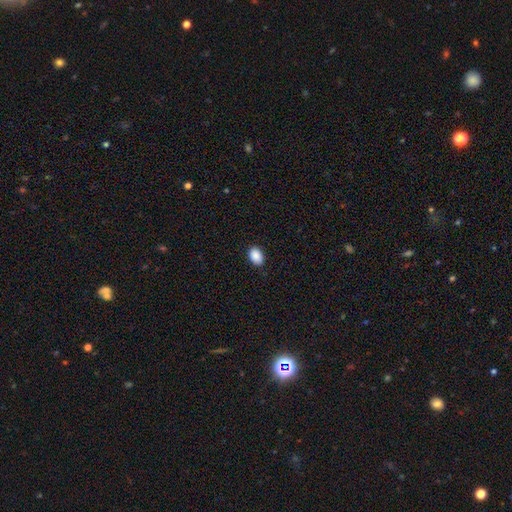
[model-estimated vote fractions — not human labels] Smooth or featured: smooth — 90% (star or artifact — 7%)
How rounded: in between — 83% (round — 16%)
Merging: none — 88% (minor disturbance — 9%)